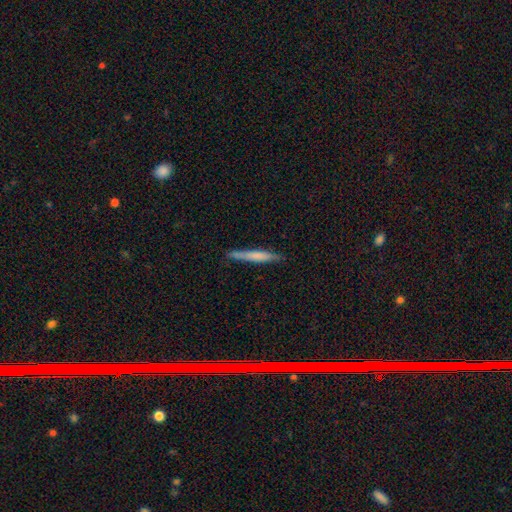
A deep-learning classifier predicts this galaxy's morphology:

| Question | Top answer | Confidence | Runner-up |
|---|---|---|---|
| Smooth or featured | smooth | 61% | featured or disk (33%) |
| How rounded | cigar-shaped | 96% | in between (3%) |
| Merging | none | 84% | minor disturbance (12%) |